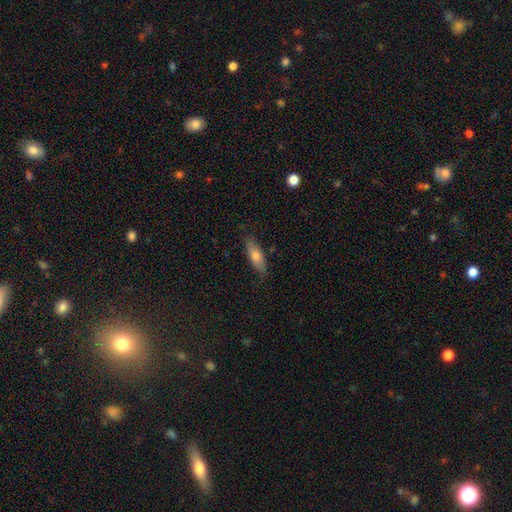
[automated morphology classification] This appears to be a smooth galaxy with no disk features (65%) that is in between round and cigar-shaped (54%). Merging: none (82%).